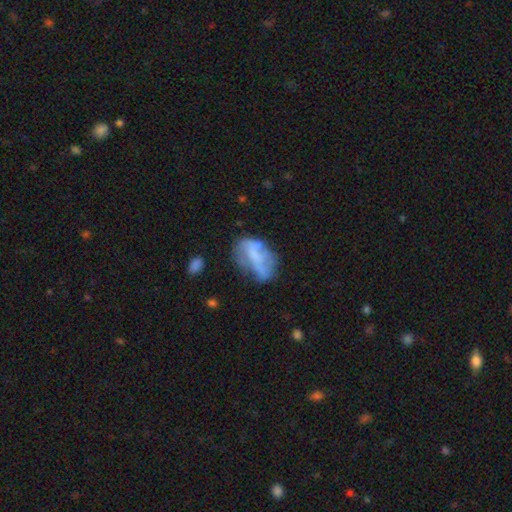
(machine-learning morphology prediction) Smooth or featured? featured or disk (49%)
Merging? none (38%)